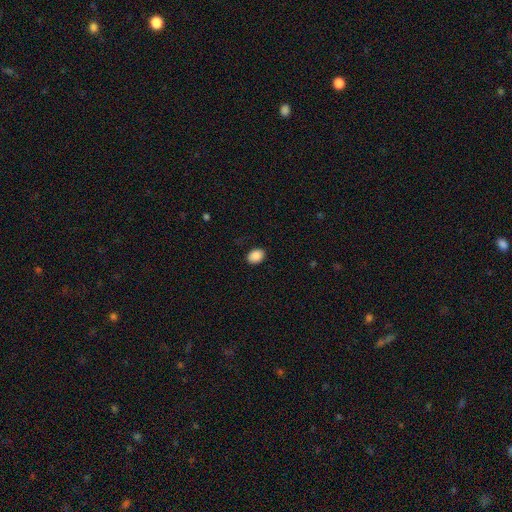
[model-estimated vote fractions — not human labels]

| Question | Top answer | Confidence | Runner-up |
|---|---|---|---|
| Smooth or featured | smooth | 88% | star or artifact (8%) |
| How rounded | in between | 72% | round (28%) |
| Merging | none | 88% | minor disturbance (9%) |